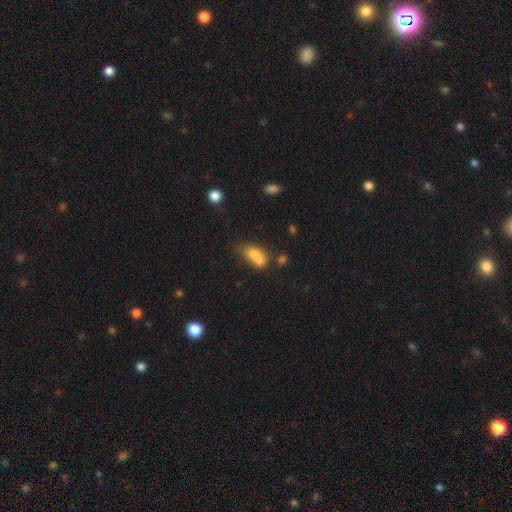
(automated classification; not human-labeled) smooth_or_featured: smooth (p=0.72) [alt: featured or disk p=0.17]
how_rounded: in between (p=0.78) [alt: round p=0.16]
merging: merger (p=0.50) [alt: none p=0.25]